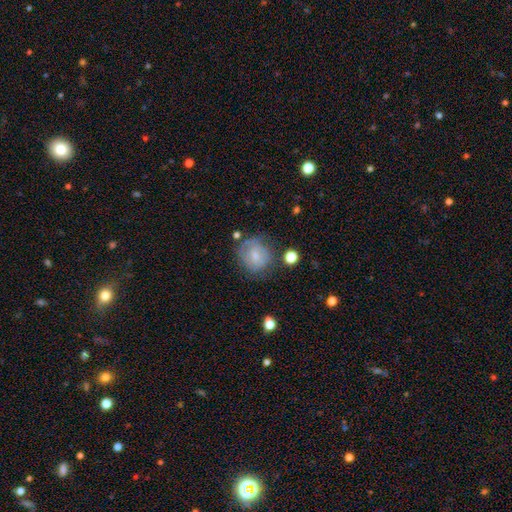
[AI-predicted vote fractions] A smooth galaxy with no disk features (54%) that is round (79%).

Vote fractions:
- Smooth or featured? smooth: 54% / featured or disk: 37% / star or artifact: 9%
- How rounded? round: 79% / in between: 20% / cigar-shaped: 1%
- Merging? none: 59% / minor disturbance: 24% / major disturbance: 12% / merger: 5%